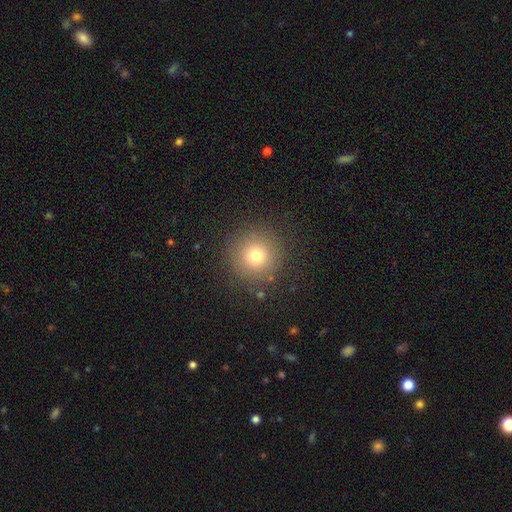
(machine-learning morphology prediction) The model was most divided on "smooth or featured": smooth: 75%, star or artifact: 15%, featured or disk: 10%. More confident: how rounded — round (96%); merging — none (87%).